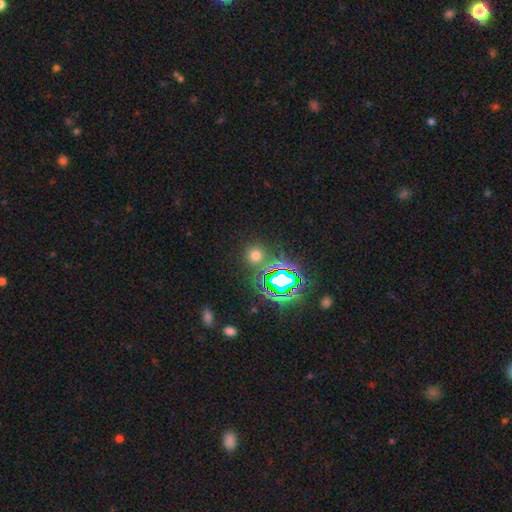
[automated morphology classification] smooth-or-featured: smooth: 54% | star or artifact: 38% | featured or disk: 7%
  how-rounded: round: 89% | in between: 10% | cigar-shaped: 1%
  merging: none: 81% | minor disturbance: 8% | merger: 7% | major disturbance: 4%